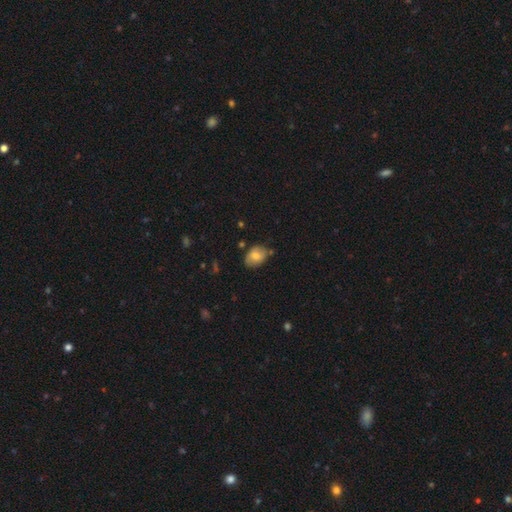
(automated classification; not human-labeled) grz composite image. It shows a smooth galaxy with no disk features (73%) that is in between round and cigar-shaped (73%). Merging: none (70%).